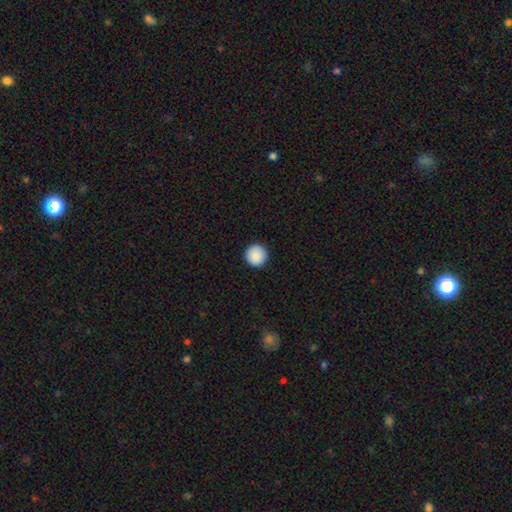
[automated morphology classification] A smooth galaxy with no disk features (89%) that is round (96%).

Vote fractions:
- Smooth or featured? smooth: 89% / star or artifact: 8% / featured or disk: 3%
- How rounded? round: 96% / in between: 3% / cigar-shaped: 1%
- Merging? none: 93% / minor disturbance: 4% / major disturbance: 1% / merger: 1%